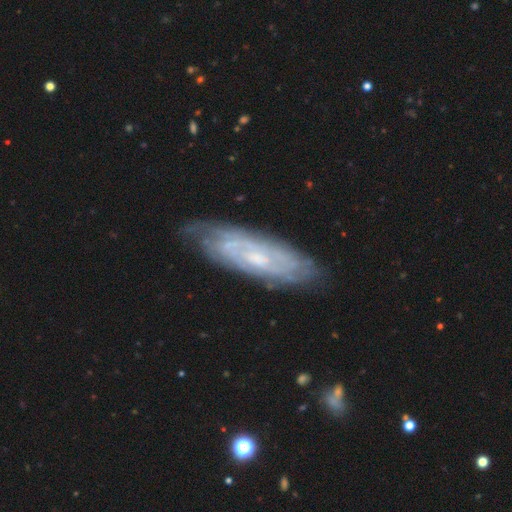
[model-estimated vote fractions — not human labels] featured or disk 75%, smooth 18%, star or artifact 7%. Down the decision tree: edge-on disk — no (81%); bar — no (63%); spiral arms — yes (88%); spiral arm count — can't tell (62%); spiral winding — tight (70%); bulge size — small (65%); merging — none (75%).